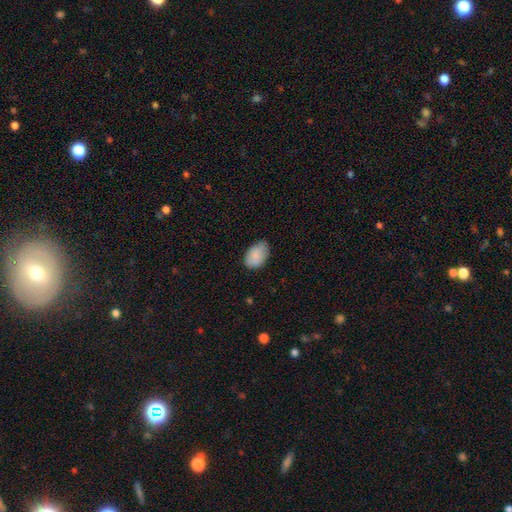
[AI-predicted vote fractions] This is clearly a smooth galaxy (86%). How rounded: clearly in between (90%). Merging: likely none (71%).